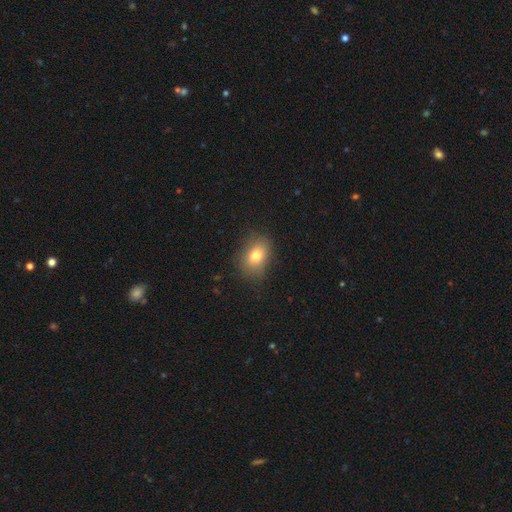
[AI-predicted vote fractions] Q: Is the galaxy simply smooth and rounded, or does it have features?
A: smooth — 78%.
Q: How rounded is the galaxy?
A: in between — 72%.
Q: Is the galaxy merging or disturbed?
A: none — 80%.